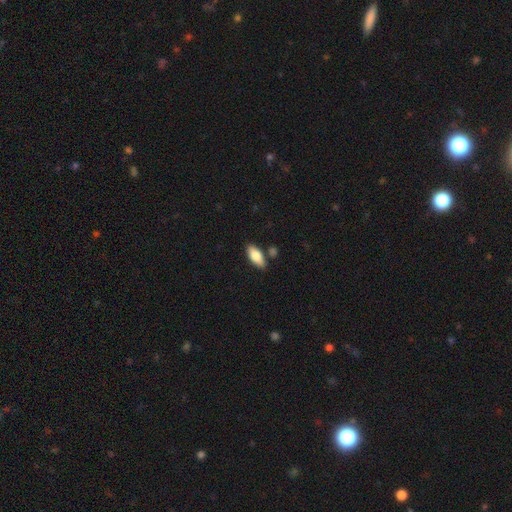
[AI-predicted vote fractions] The model was most divided on "smooth or featured": smooth: 80%, featured or disk: 14%, star or artifact: 6%. More confident: how rounded — in between (85%); merging — none (78%).